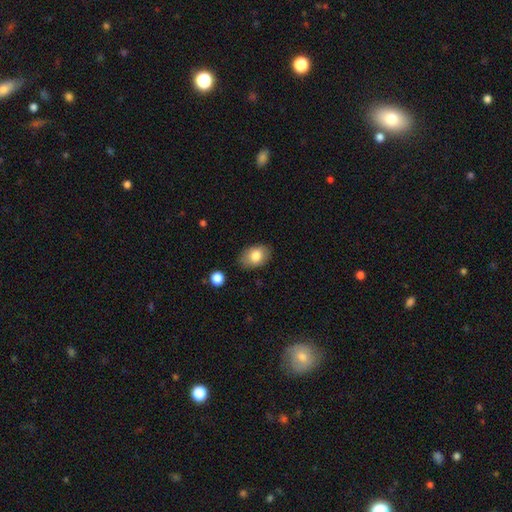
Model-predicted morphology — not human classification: Smooth or featured: smooth — 81% (featured or disk — 12%)
How rounded: in between — 83% (round — 15%)
Merging: none — 81% (minor disturbance — 14%)